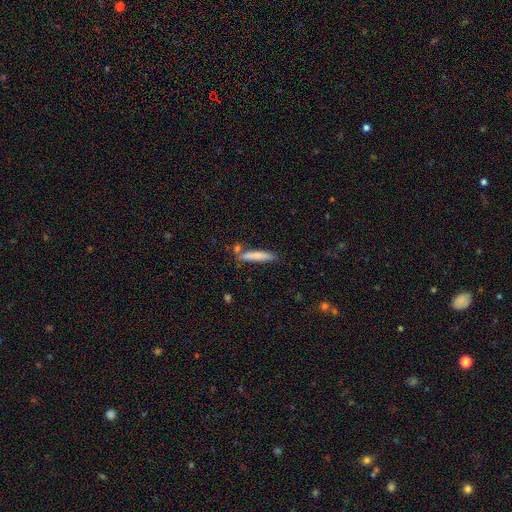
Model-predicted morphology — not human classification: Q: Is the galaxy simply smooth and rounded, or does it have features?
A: smooth — 76%.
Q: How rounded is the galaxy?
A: cigar-shaped — 90%.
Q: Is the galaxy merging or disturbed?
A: none — 74%.